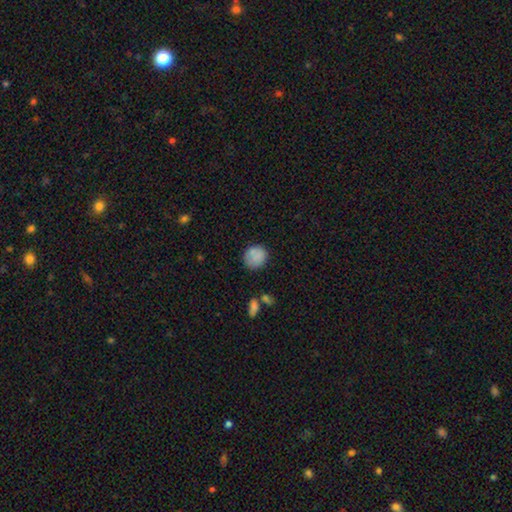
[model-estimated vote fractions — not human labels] smooth 84%, star or artifact 9%, featured or disk 7%. Down the decision tree: how rounded — round (78%); merging — none (75%).